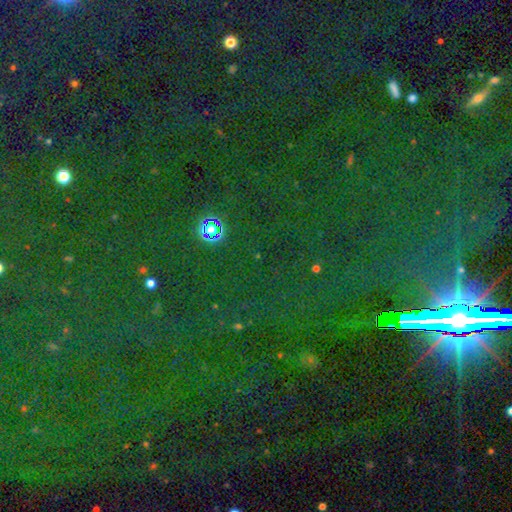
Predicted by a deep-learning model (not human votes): smooth_or_featured: star or artifact (p=0.78) [alt: smooth p=0.14]